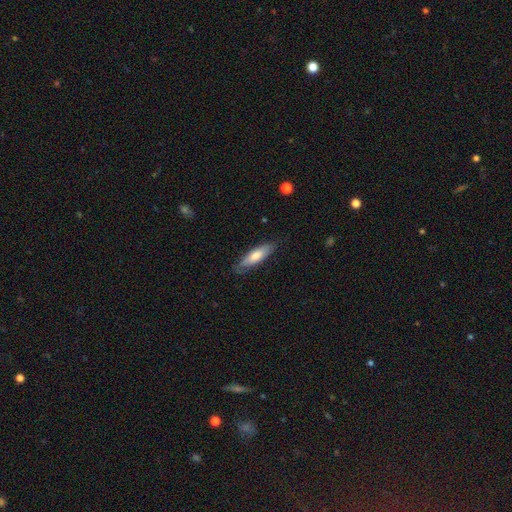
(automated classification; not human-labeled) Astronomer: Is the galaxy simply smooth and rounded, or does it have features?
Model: smooth — 68%.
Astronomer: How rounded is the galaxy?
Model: cigar-shaped — 57% (runner-up: in between, 42%).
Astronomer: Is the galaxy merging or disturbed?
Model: none — 79%.